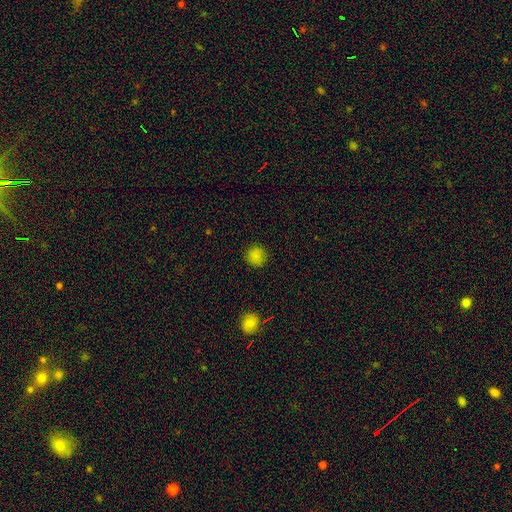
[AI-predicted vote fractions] smooth-or-featured: smooth: 84% | star or artifact: 12% | featured or disk: 4%
  how-rounded: round: 93% | in between: 6% | cigar-shaped: 1%
  merging: none: 89% | minor disturbance: 7% | major disturbance: 2% | merger: 1%